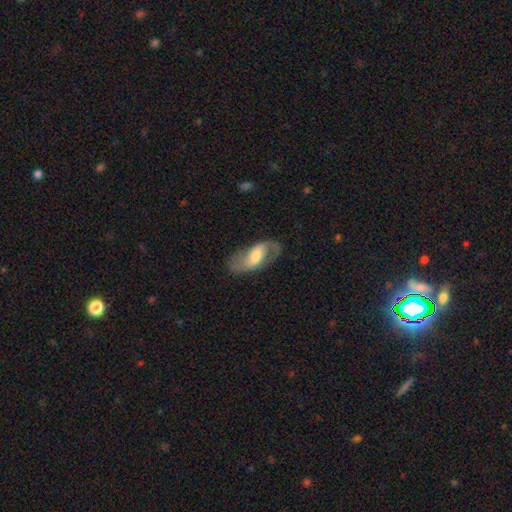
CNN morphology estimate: Smooth or featured? featured or disk (75%)
Edge-on disk? no (94%)
Bar? weak (47%)
Spiral arms? yes (91%)
Spiral winding? loose (51%)
Spiral arm count? 2 (89%)
Bulge size? moderate (55%)
Merging? none (76%)